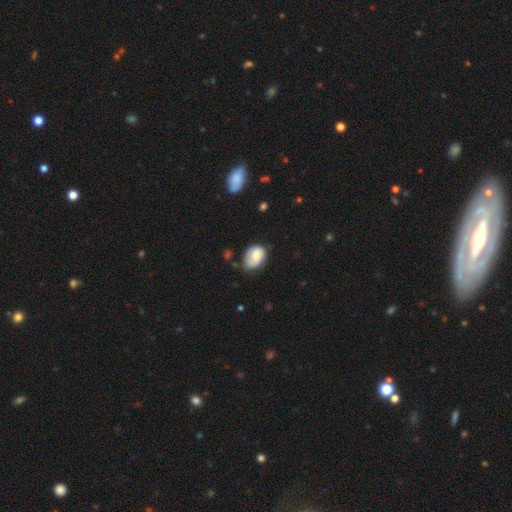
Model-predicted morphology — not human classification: This is likely a smooth galaxy (73%). How rounded: likely in between (72%). Merging: possibly none (51%).